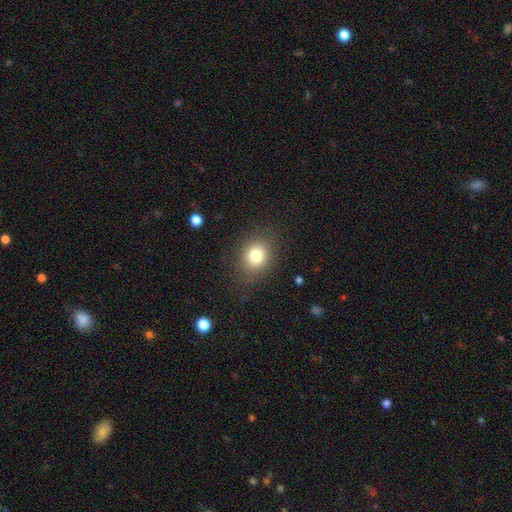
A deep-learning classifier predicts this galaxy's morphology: smooth 80%, star or artifact 11%, featured or disk 9%. Down the decision tree: how rounded — round (58%); merging — none (84%).